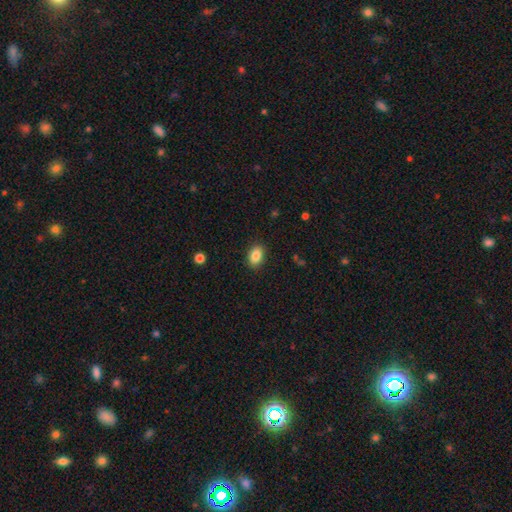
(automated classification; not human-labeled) Smooth or featured? smooth (87%)
How rounded? in between (86%)
Merging? none (89%)